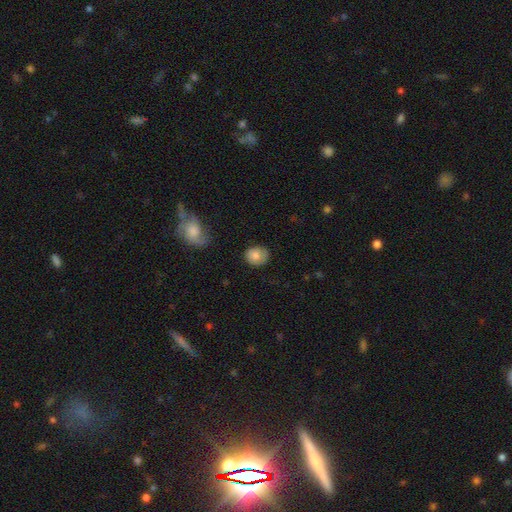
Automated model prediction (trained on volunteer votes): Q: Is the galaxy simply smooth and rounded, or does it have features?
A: smooth — 79%.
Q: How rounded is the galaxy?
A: round — 73%.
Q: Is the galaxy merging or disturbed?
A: none — 75%.